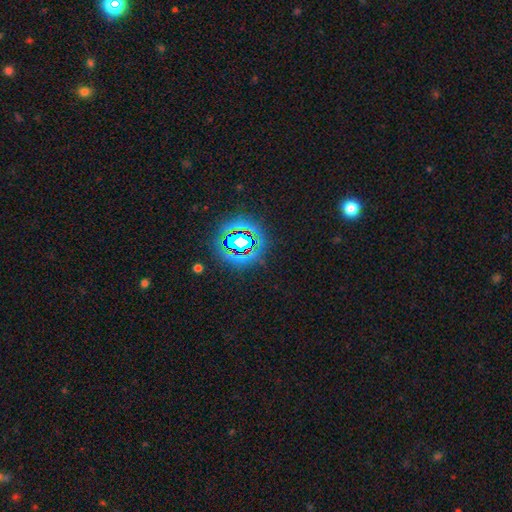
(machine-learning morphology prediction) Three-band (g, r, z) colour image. It shows a star or artifact, not a galaxy (75%).